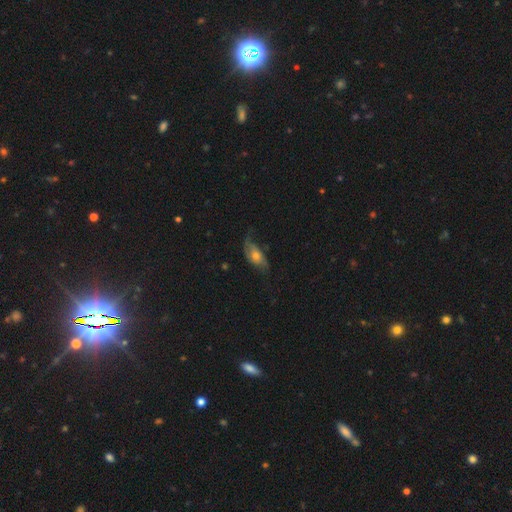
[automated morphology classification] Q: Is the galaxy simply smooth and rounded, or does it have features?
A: featured or disk — 50%.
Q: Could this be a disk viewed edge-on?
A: no — 83%.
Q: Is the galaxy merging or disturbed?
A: none — 50%.